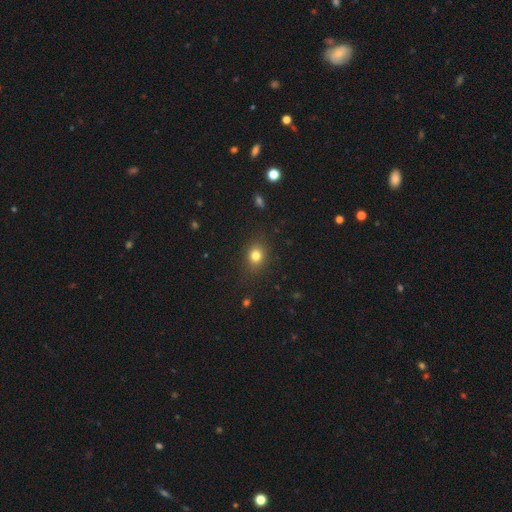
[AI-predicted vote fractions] This is likely a smooth galaxy (79%). How rounded: likely round (63%). Merging: clearly none (85%).